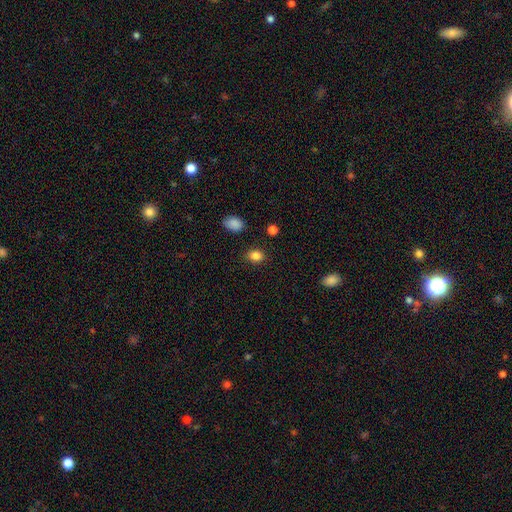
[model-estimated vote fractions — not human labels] Smooth or featured?
  - smooth: 85% *
  - star or artifact: 11%
  - featured or disk: 4%
How rounded?
  - in between: 54% *
  - round: 45%
  - cigar-shaped: 1%
Merging?
  - none: 86% *
  - minor disturbance: 9%
  - major disturbance: 3%
  - merger: 2%